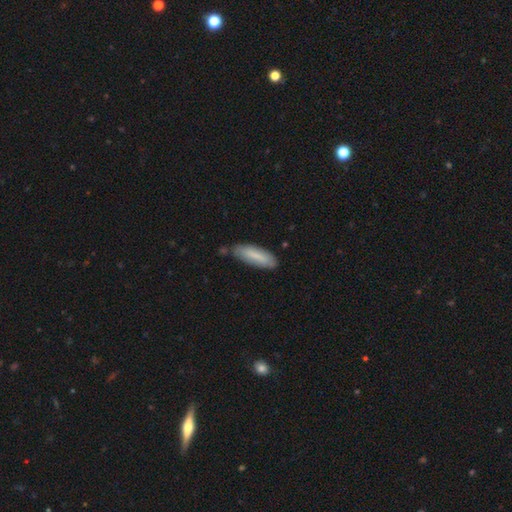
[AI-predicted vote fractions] A smooth galaxy with no disk features (79%) that is cigar-shaped (53%). Merging: none (72%).